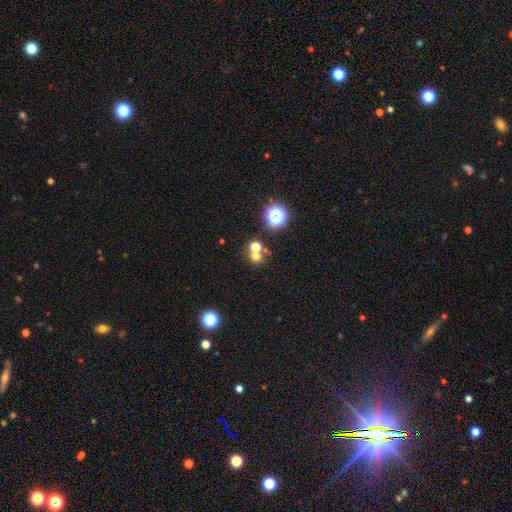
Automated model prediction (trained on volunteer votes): Q: Smooth or featured?
A: smooth (64%); runner-up: star or artifact (25%)
Q: How rounded?
A: round (85%); runner-up: in between (14%)
Q: Merging?
A: none (54%); runner-up: merger (37%)